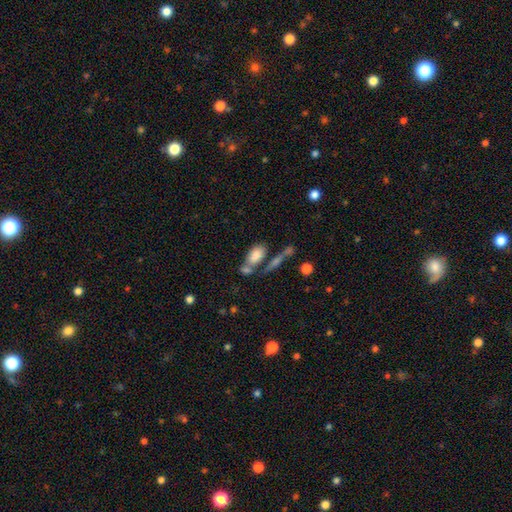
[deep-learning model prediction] Smooth or featured: smooth — 80% (featured or disk — 12%)
How rounded: in between — 88% (cigar-shaped — 6%)
Merging: none — 43% (merger — 37%)